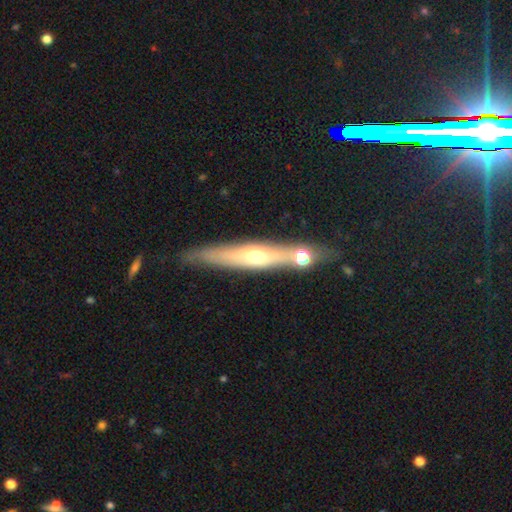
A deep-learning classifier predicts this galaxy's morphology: Smooth or featured: featured or disk — 56% (smooth — 36%)
Edge-on disk: yes — 85% (no — 15%)
Merging: none — 74% (minor disturbance — 12%)